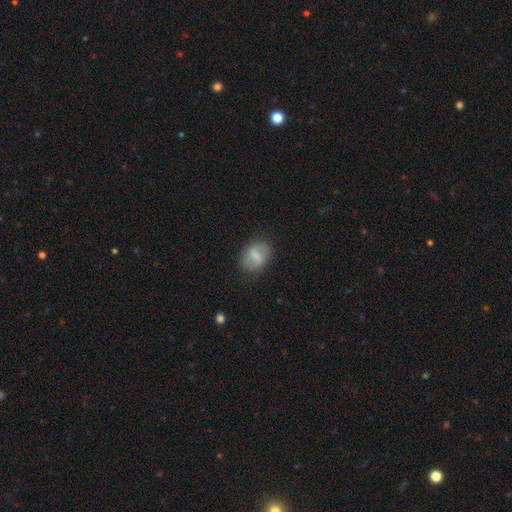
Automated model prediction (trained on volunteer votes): smooth 55%, featured or disk 37%, star or artifact 8%. Down the decision tree: how rounded — in between (60%); merging — none (79%).